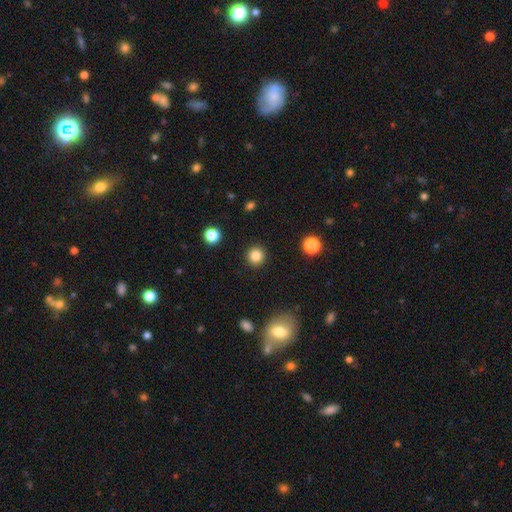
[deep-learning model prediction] Overall: smooth (84%). How rounded: round (93%). Merging: none (92%).